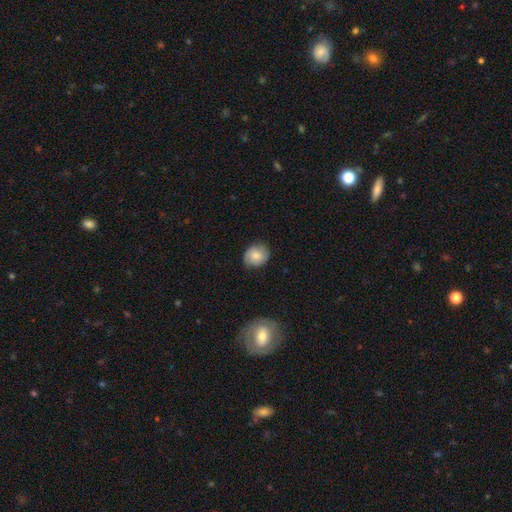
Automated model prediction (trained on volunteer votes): This is likely a smooth galaxy (70%). How rounded: likely round (69%). Merging: likely none (78%).